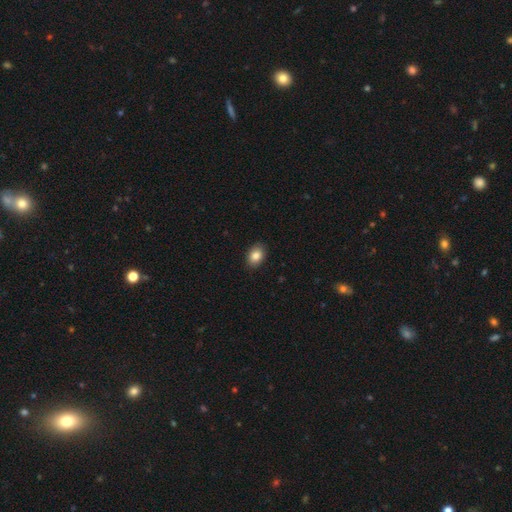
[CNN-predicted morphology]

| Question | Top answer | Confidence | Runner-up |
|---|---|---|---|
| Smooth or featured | smooth | 85% | star or artifact (8%) |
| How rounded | in between | 77% | round (21%) |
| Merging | none | 88% | minor disturbance (9%) |